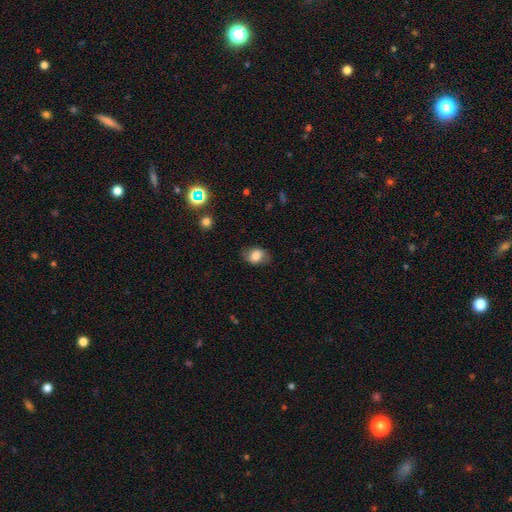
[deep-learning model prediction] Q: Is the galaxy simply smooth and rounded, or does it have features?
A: smooth — 75%.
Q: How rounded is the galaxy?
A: in between — 72%.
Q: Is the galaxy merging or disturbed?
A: none — 76%.